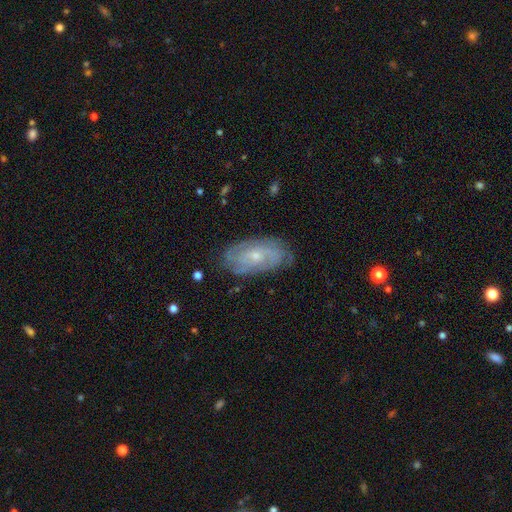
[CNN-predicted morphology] A featured or disk galaxy (75%) with no bar (68%), tight (67%) spiral arms (91%) and a small central bulge (62%). Merging: none (77%).